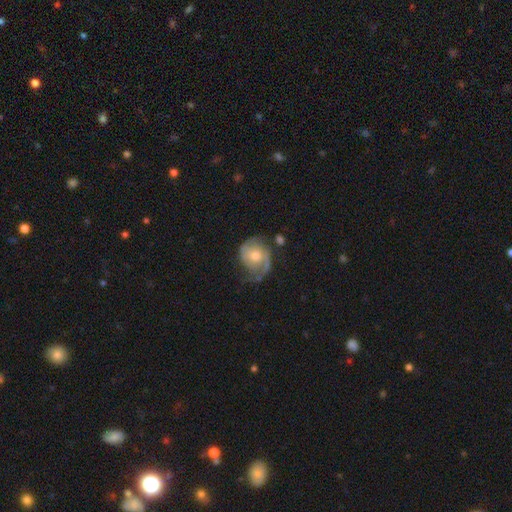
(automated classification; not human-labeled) This appears to be a featured or disk galaxy (76%) with no bar (68%), 2 (62%) medium (42%) spiral arms (92%) and a moderate central bulge (63%). Merging: none (51%).